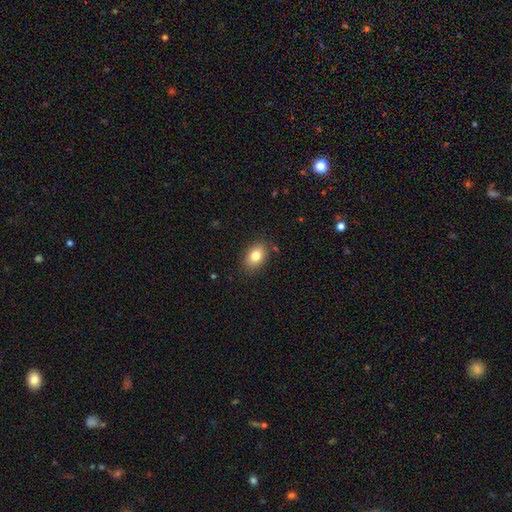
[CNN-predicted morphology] Smooth or featured?
  - smooth: 82% *
  - featured or disk: 9%
  - star or artifact: 9%
How rounded?
  - in between: 80% *
  - round: 19%
  - cigar-shaped: 1%
Merging?
  - none: 85% *
  - minor disturbance: 11%
  - major disturbance: 3%
  - merger: 2%